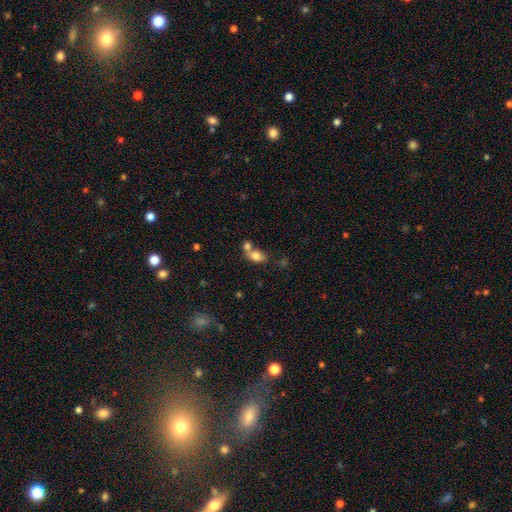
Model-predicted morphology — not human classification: Smooth or featured? smooth (79%)
How rounded? in between (77%)
Merging? merger (52%)